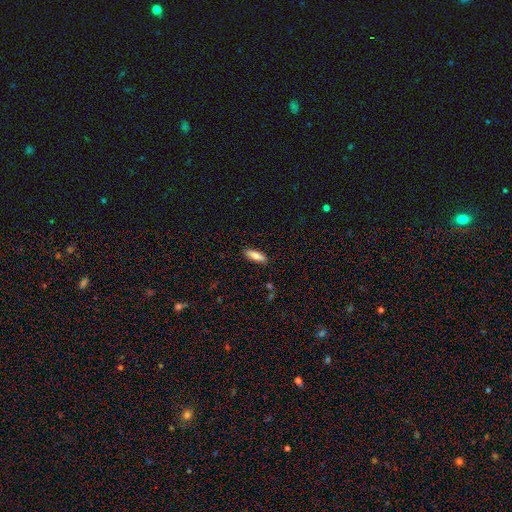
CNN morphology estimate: Smooth or featured? smooth (77%)
How rounded? in between (53%)
Merging? none (89%)